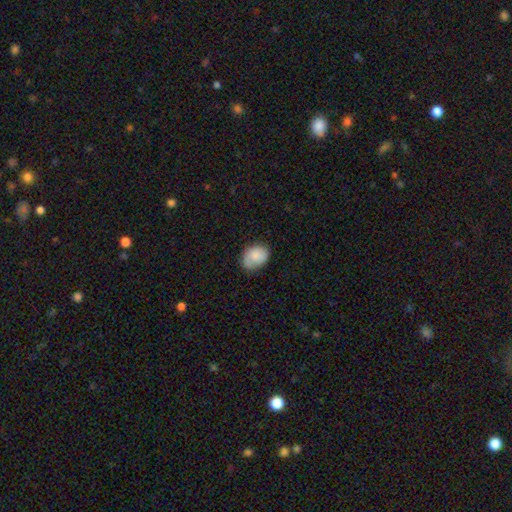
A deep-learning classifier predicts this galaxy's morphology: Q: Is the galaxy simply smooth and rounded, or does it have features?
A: smooth — 83%.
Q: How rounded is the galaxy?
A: in between — 71%.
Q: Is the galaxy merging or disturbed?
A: none — 65%.